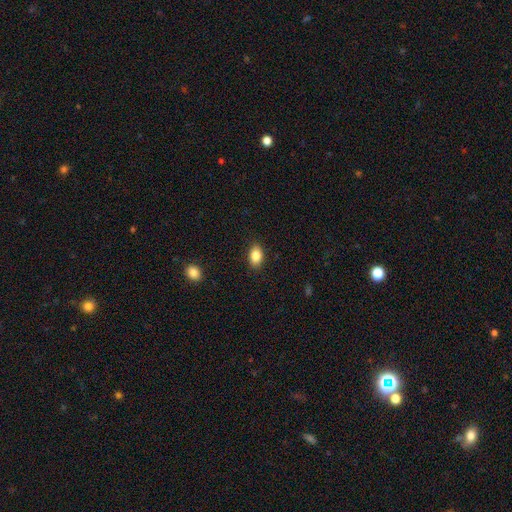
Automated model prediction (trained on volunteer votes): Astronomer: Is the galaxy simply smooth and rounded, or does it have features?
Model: smooth — 85%.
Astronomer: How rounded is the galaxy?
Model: in between — 87%.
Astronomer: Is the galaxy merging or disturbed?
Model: none — 88%.